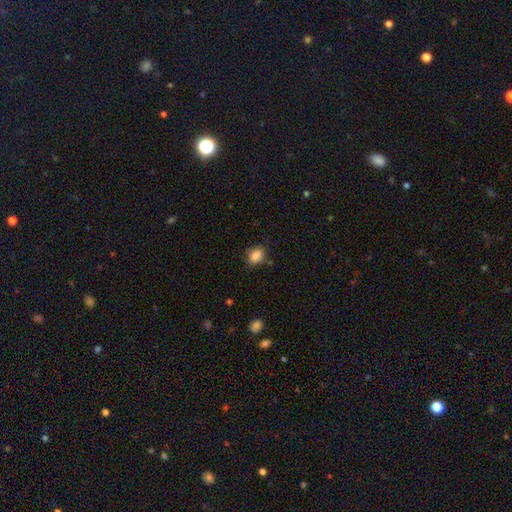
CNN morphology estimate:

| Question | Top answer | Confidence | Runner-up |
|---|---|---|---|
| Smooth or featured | smooth | 86% | star or artifact (9%) |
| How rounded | in between | 69% | round (30%) |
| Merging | none | 75% | minor disturbance (18%) |